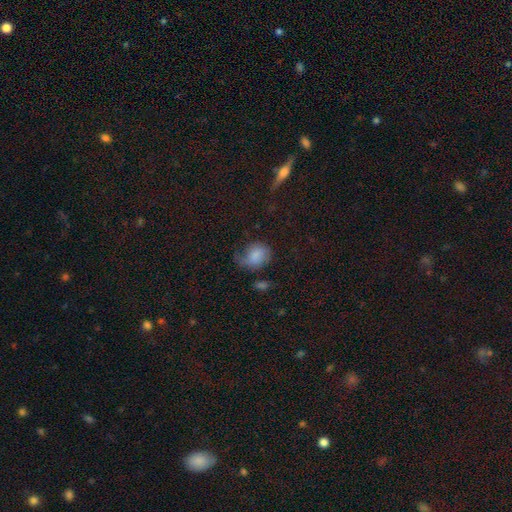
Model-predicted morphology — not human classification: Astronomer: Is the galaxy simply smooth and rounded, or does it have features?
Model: smooth — 67%.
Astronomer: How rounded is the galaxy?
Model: round — 56% (runner-up: in between, 43%).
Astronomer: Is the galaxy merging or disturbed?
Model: none — 34% (runner-up: major disturbance, 32%).